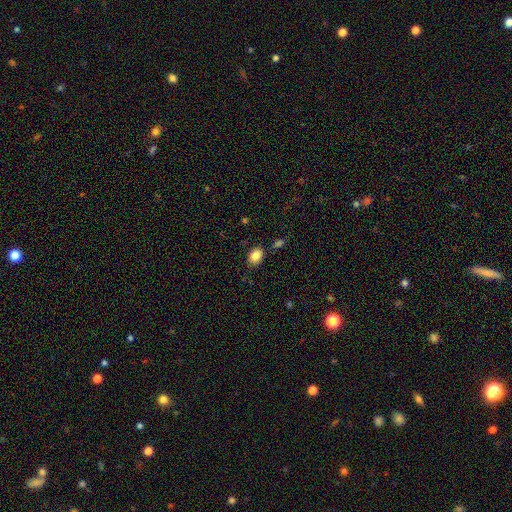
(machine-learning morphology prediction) type=smooth (86%); roundness=in between (67%); merging=none (80%).